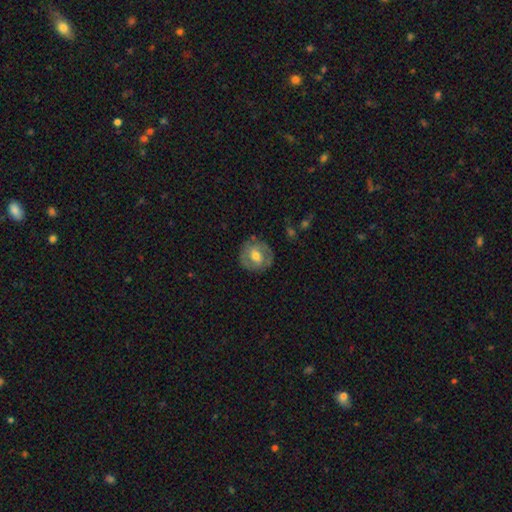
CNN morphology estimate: This is possibly a featured or disk galaxy (54%). It is clearly not viewed edge-on (96%). Bar: marginally weak (45%). Spiral arm pattern: likely yes (64%). Central bulge: likely moderate (73%). Merging: clearly none (80%).